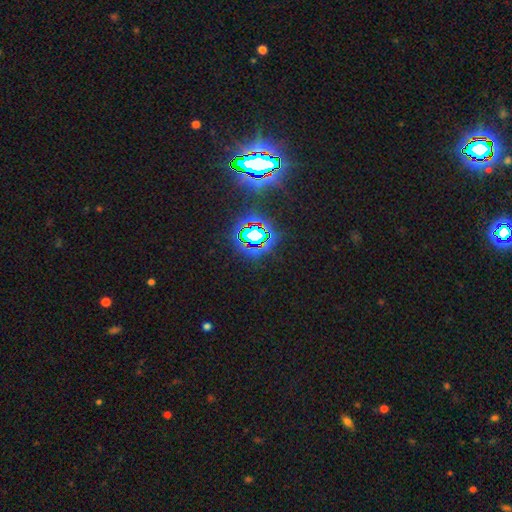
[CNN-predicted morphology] Q: Smooth or featured?
A: star or artifact (82%); runner-up: smooth (10%)